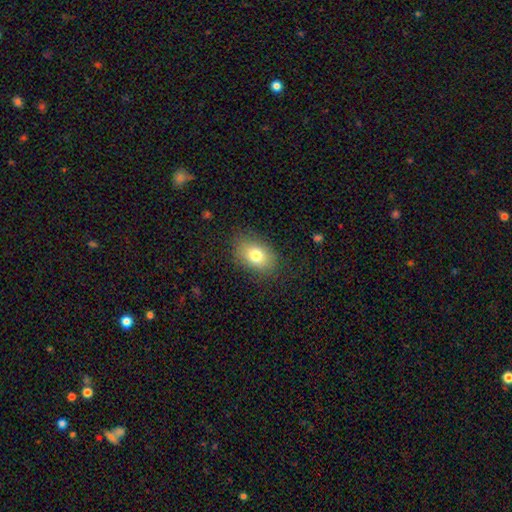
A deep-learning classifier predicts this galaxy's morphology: A smooth galaxy with no disk features (75%) that is in between round and cigar-shaped (72%). Merging: none (89%).